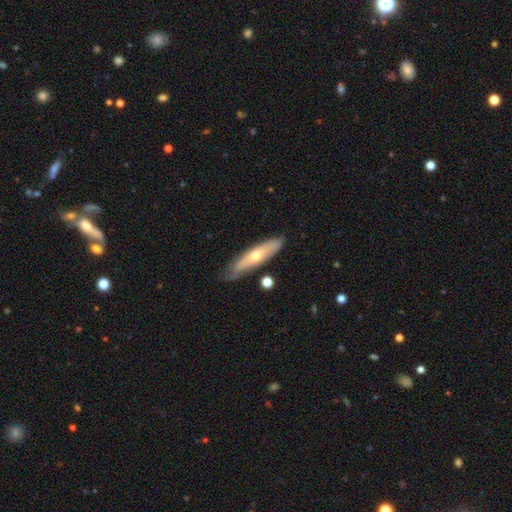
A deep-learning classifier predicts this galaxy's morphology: This is possibly a featured or disk galaxy (48%). Merging: likely none (73%).